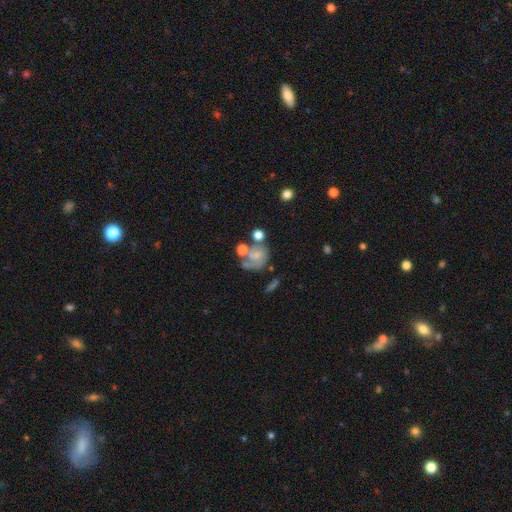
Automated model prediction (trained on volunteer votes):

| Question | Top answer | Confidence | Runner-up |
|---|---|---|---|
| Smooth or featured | featured or disk | 50% | smooth (39%) |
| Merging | none | 34% | major disturbance (25%) |